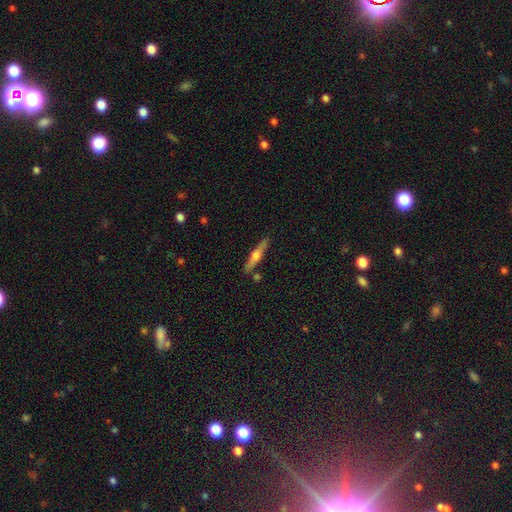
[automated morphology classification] Smooth or featured?
  - featured or disk: 57% *
  - smooth: 37%
  - star or artifact: 6%
Edge-on disk?
  - yes: 95% *
  - no: 5%
Edge-on bulge?
  - rounded: 92% *
  - none: 4%
  - boxy: 4%
Merging?
  - none: 85% *
  - minor disturbance: 9%
  - merger: 4%
  - major disturbance: 2%